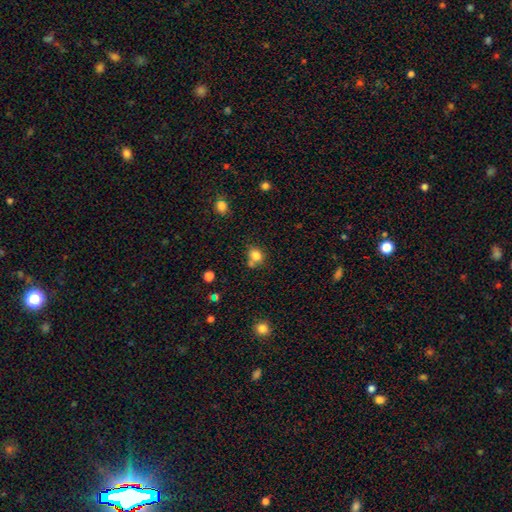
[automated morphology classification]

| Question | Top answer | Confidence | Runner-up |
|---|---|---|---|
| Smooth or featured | smooth | 81% | star or artifact (12%) |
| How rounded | round | 62% | in between (37%) |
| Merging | none | 56% | merger (24%) |